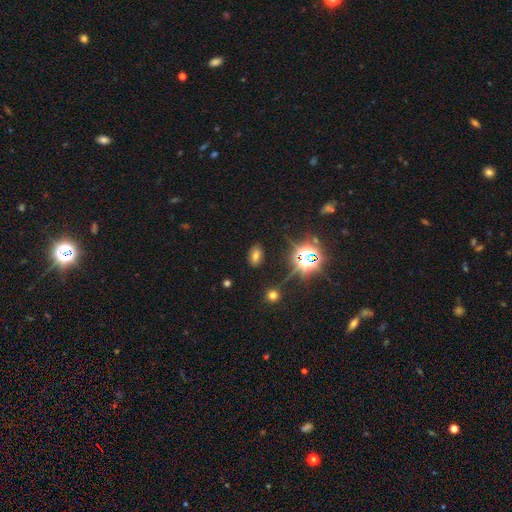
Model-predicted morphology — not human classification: type=smooth (54%); roundness=in between (87%); merging=none (83%).